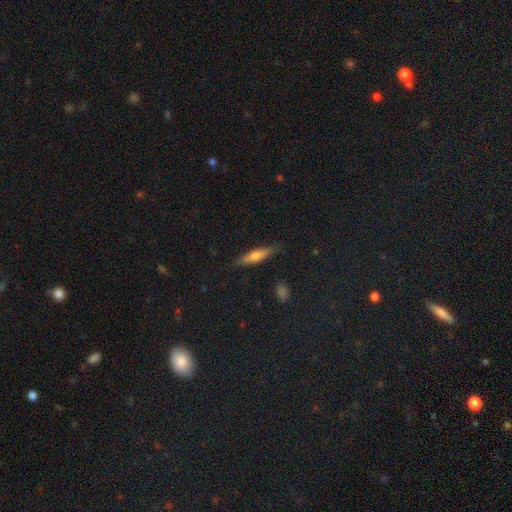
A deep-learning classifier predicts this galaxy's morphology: A smooth galaxy with no disk features (54%) that is cigar-shaped (82%).

Vote fractions:
- Smooth or featured? smooth: 54% / featured or disk: 38% / star or artifact: 8%
- How rounded? cigar-shaped: 82% / in between: 16% / round: 2%
- Merging? none: 85% / minor disturbance: 11% / major disturbance: 2% / merger: 1%